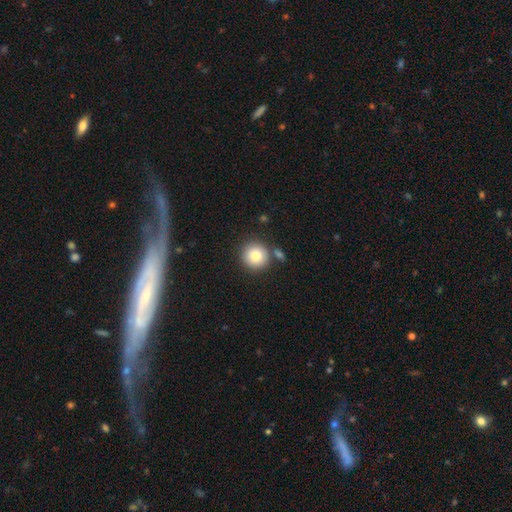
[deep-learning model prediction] This appears to be a smooth galaxy with no disk features (81%) that is round (94%). Merging: none (77%).